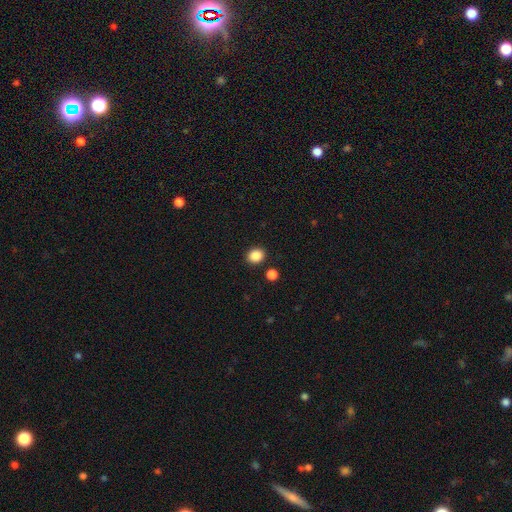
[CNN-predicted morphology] Smooth or featured? Predicted: smooth (p=0.87). How rounded? Predicted: round (p=0.68). Merging? Predicted: none (p=0.88).